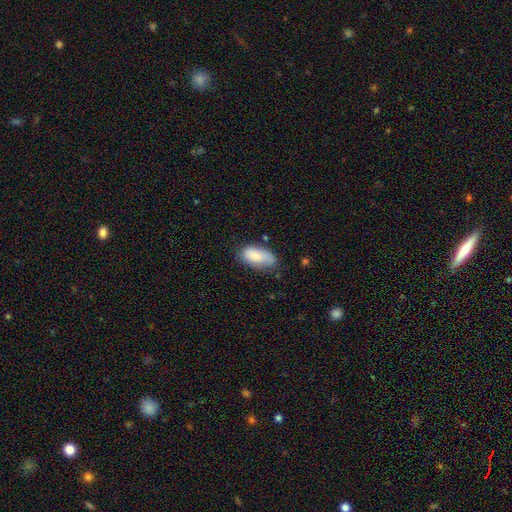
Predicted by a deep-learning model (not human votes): Q: Smooth or featured?
A: smooth (81%); runner-up: featured or disk (13%)
Q: How rounded?
A: in between (93%); runner-up: cigar-shaped (4%)
Q: Merging?
A: none (61%); runner-up: minor disturbance (28%)